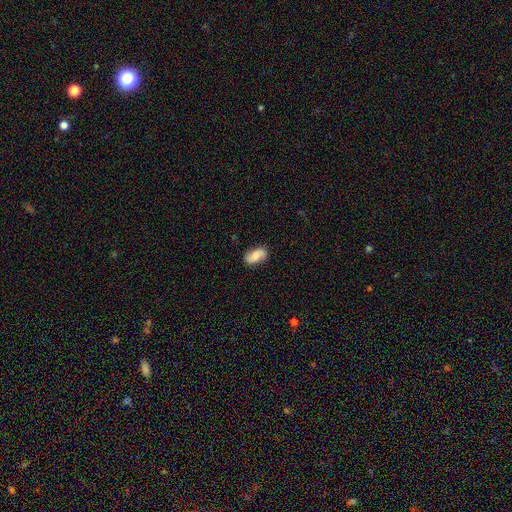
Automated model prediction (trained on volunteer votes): The model was most divided on "smooth or featured": smooth: 66%, featured or disk: 27%, star or artifact: 8%. More confident: how rounded — in between (92%); merging — none (80%).